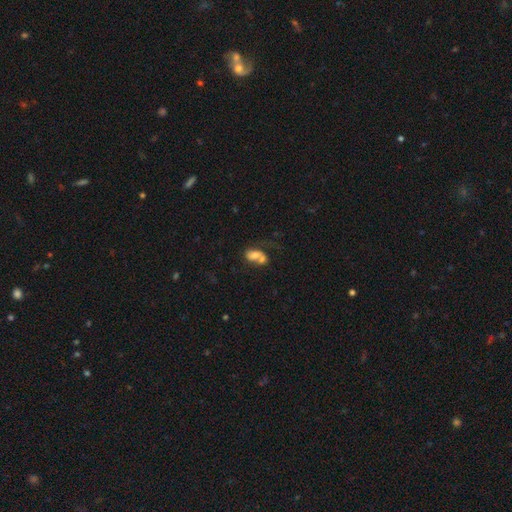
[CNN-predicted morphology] Smooth or featured? Predicted: smooth (p=0.56). How rounded? Predicted: in between (p=0.78). Merging? Predicted: merger (p=0.62).